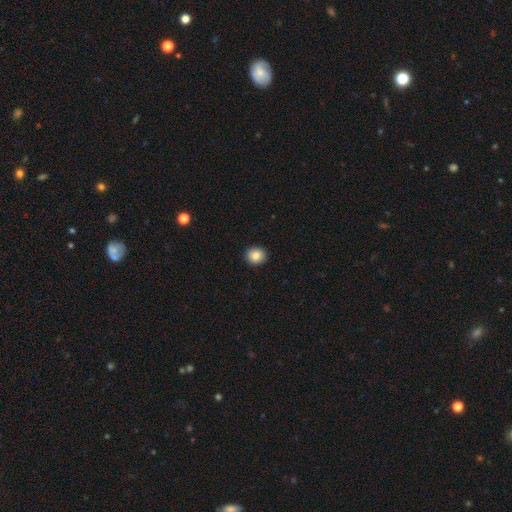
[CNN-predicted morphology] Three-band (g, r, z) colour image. It shows a smooth galaxy with no disk features (86%) that is round (83%). Merging: none (92%).